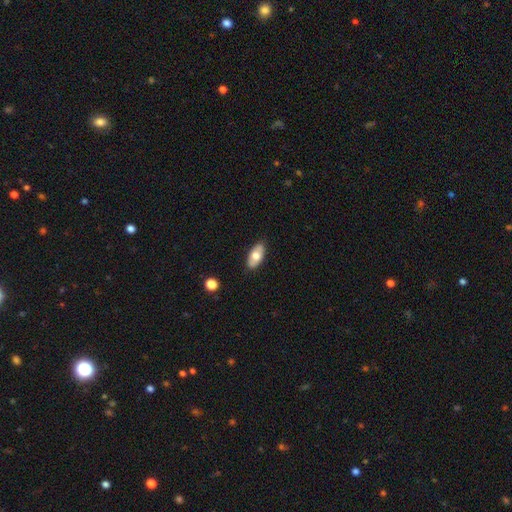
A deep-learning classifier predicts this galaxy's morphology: This appears to be a smooth galaxy with no disk features (68%) that is in between round and cigar-shaped (91%). Merging: none (87%).